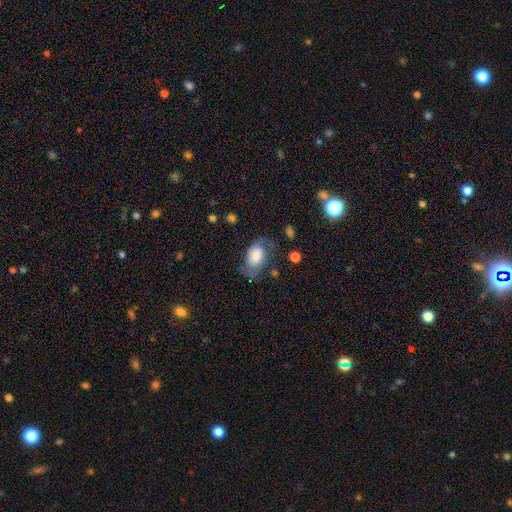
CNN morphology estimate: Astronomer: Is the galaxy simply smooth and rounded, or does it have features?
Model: featured or disk — 54% (runner-up: smooth, 38%).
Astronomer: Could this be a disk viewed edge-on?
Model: no — 96%.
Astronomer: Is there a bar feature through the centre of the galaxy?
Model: no — 66%.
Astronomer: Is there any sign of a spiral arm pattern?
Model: yes — 84%.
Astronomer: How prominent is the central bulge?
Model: large — 41% (runner-up: moderate, 32%).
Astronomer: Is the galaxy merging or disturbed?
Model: none — 56%.